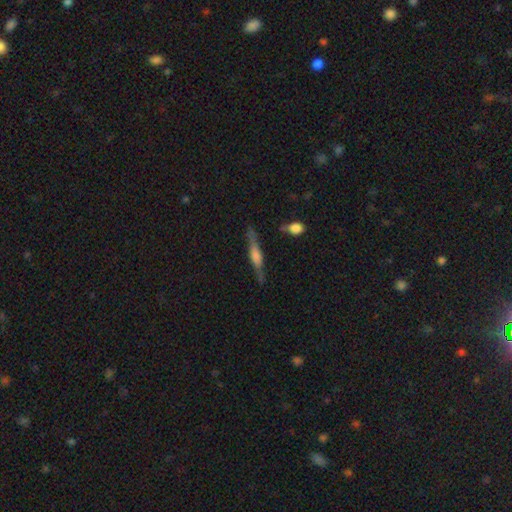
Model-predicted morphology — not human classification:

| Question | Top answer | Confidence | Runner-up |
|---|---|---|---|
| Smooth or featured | featured or disk | 64% | smooth (29%) |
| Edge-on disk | yes | 93% | no (7%) |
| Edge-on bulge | rounded | 54% | boxy (36%) |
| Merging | none | 75% | minor disturbance (15%) |